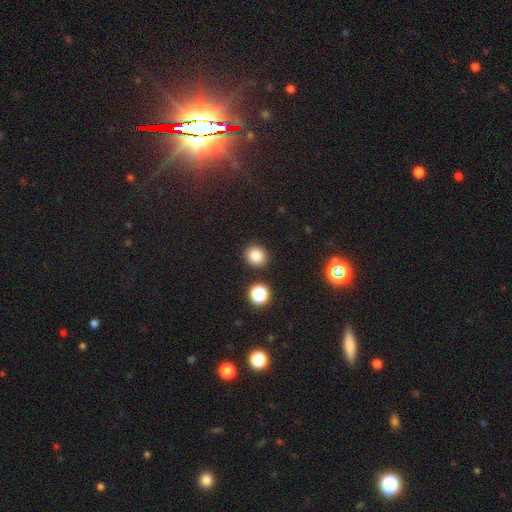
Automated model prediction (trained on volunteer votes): The model was most divided on "how rounded": round: 83%, in between: 16%, cigar-shaped: 1%. More confident: merging — none (87%); smooth or featured — smooth (82%).